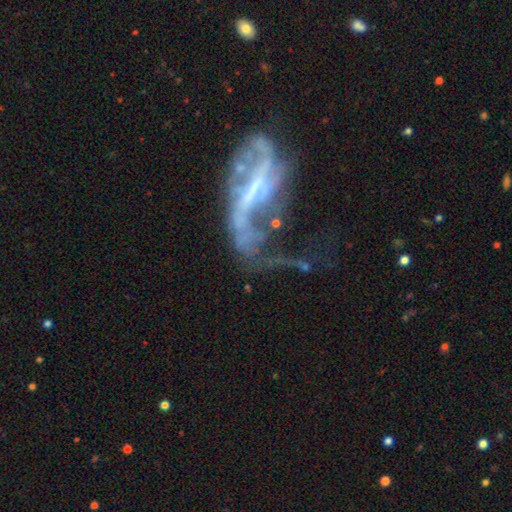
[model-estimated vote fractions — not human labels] Smooth or featured?
  - featured or disk: 77% *
  - smooth: 12%
  - star or artifact: 11%
Edge-on disk?
  - no: 91% *
  - yes: 9%
Bar?
  - strong: 40% *
  - weak: 32%
  - no: 28%
Spiral arms?
  - yes: 62% *
  - no: 38%
Bulge size?
  - none: 44% *
  - small: 34%
  - moderate: 17%
  - large: 4%
  - dominant: 2%
Merging?
  - major disturbance: 51% *
  - none: 20%
  - minor disturbance: 14%
  - merger: 14%